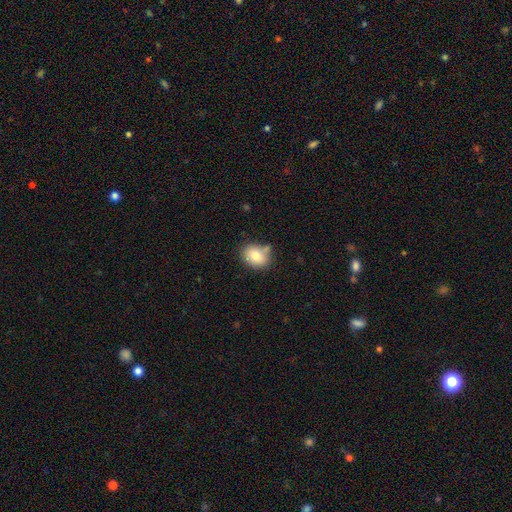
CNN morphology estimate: Smooth or featured?
  - smooth: 79% *
  - featured or disk: 12%
  - star or artifact: 9%
How rounded?
  - in between: 53% *
  - round: 46%
  - cigar-shaped: 1%
Merging?
  - none: 65% *
  - minor disturbance: 22%
  - merger: 9%
  - major disturbance: 5%